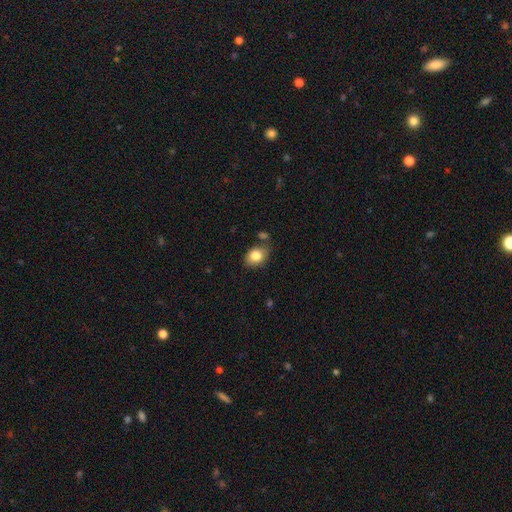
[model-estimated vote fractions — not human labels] smooth-or-featured: smooth: 83% | featured or disk: 9% | star or artifact: 8%
  how-rounded: in between: 66% | round: 33% | cigar-shaped: 1%
  merging: none: 69% | minor disturbance: 20% | merger: 7% | major disturbance: 5%